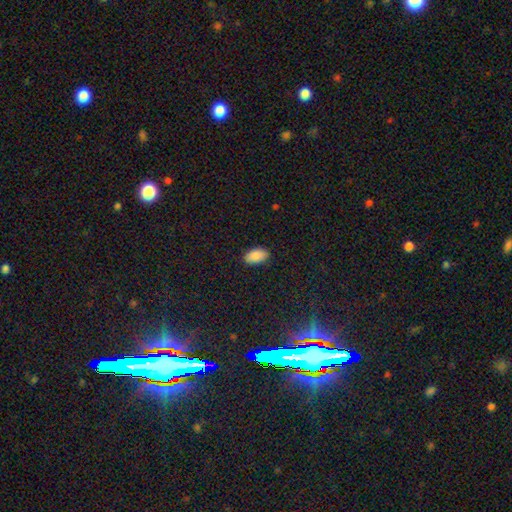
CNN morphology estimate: Smooth or featured? Predicted: smooth (p=0.89). How rounded? Predicted: in between (p=0.94). Merging? Predicted: none (p=0.88).